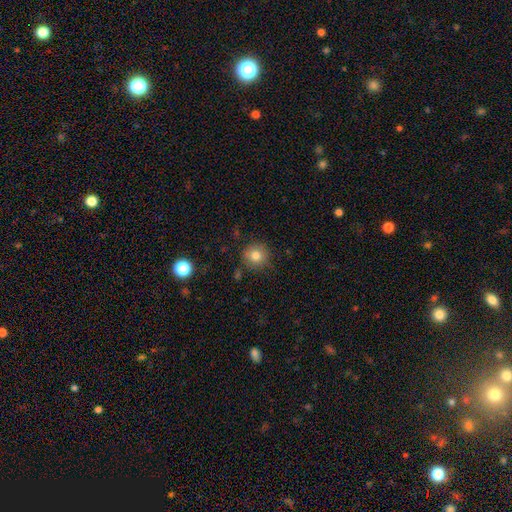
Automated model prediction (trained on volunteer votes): smooth_or_featured: smooth (p=0.80) [alt: star or artifact p=0.11]
how_rounded: round (p=0.93) [alt: in between p=0.06]
merging: none (p=0.85) [alt: minor disturbance p=0.10]